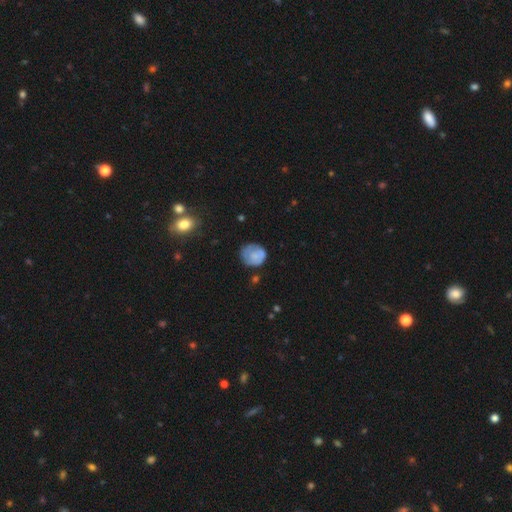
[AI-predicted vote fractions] Morphology: type=smooth (65%); roundness=round (78%); merging=none (61%).